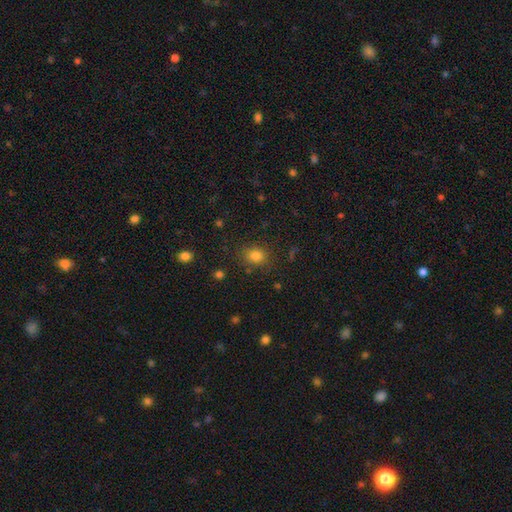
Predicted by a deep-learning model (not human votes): A smooth galaxy with no disk features (81%) that is round (65%).

Vote fractions:
- Smooth or featured? smooth: 81% / star or artifact: 13% / featured or disk: 6%
- How rounded? round: 65% / in between: 34% / cigar-shaped: 1%
- Merging? none: 81% / minor disturbance: 12% / major disturbance: 5% / merger: 2%